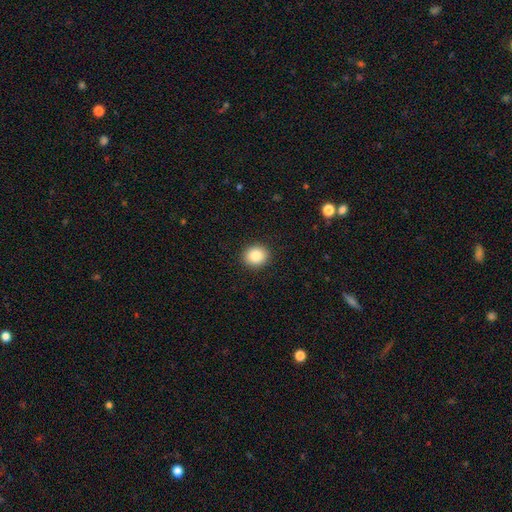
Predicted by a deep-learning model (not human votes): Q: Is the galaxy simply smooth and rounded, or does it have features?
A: smooth — 87%.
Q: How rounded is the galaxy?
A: round — 74%.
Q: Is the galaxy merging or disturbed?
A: none — 91%.